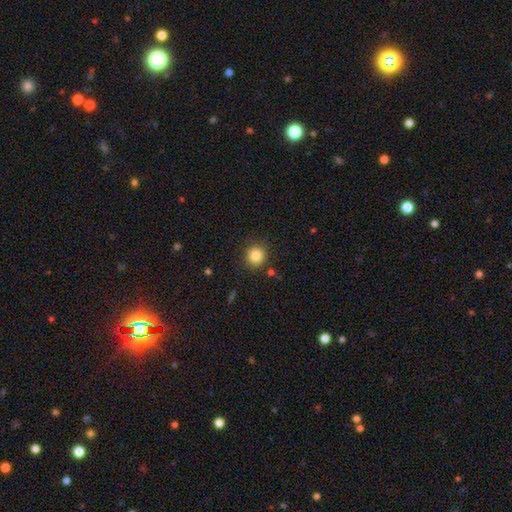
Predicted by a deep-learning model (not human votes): Smooth or featured: smooth — 84% (star or artifact — 10%)
How rounded: round — 91% (in between — 9%)
Merging: none — 87% (minor disturbance — 8%)